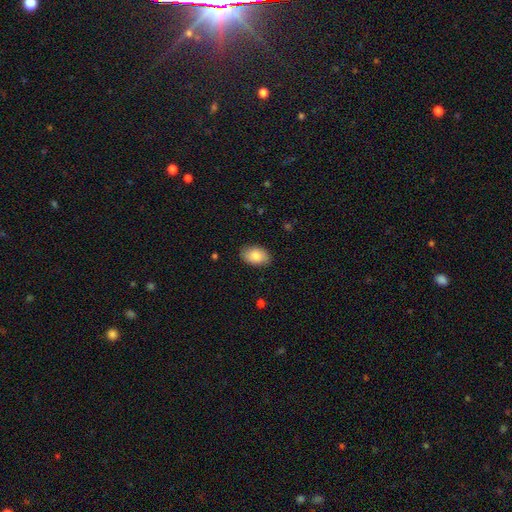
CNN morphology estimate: Smooth or featured? smooth (85%)
How rounded? in between (91%)
Merging? none (87%)